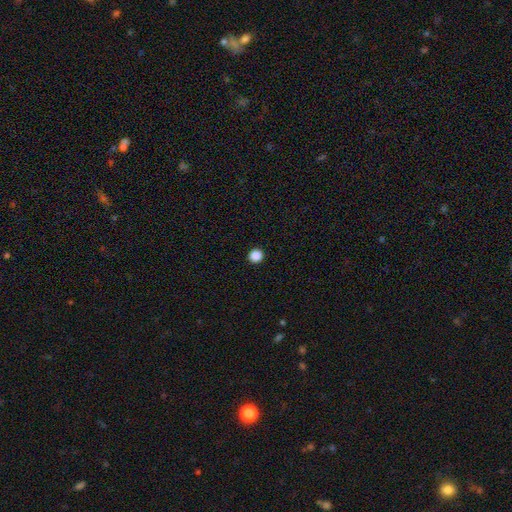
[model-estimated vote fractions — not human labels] Smooth or featured: smooth — 88% (star or artifact — 10%)
How rounded: round — 94% (in between — 5%)
Merging: none — 94% (minor disturbance — 4%)